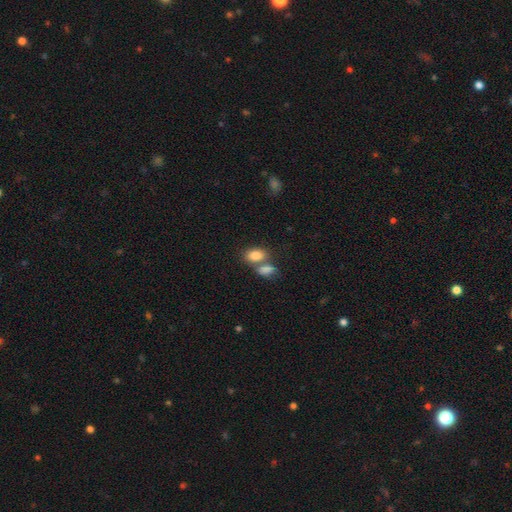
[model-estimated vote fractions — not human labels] Smooth or featured?
  - smooth: 83% *
  - featured or disk: 8%
  - star or artifact: 8%
How rounded?
  - in between: 86% *
  - round: 12%
  - cigar-shaped: 2%
Merging?
  - merger: 48% *
  - none: 38%
  - minor disturbance: 10%
  - major disturbance: 4%